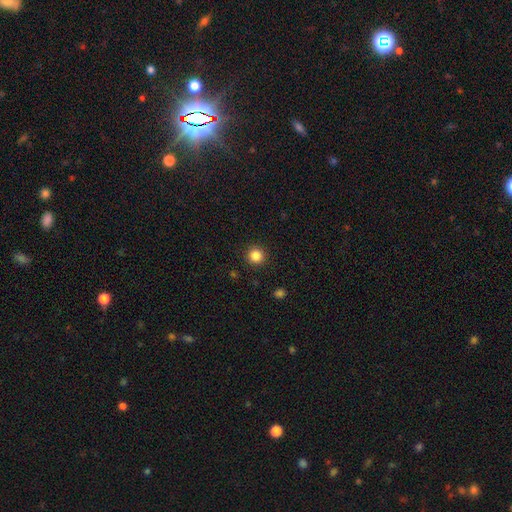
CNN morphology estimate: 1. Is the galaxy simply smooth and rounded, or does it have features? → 85% smooth, 11% star or artifact, 4% featured or disk.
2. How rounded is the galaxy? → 95% round, 4% in between, 1% cigar-shaped.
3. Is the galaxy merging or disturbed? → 92% none, 5% minor disturbance, 2% major disturbance, 1% merger.